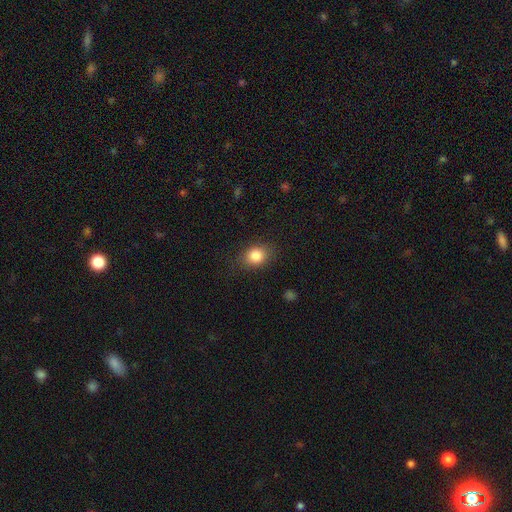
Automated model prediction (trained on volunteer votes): Overall: smooth (84%). How rounded: in between (52%; round 47%). Merging: none (83%).